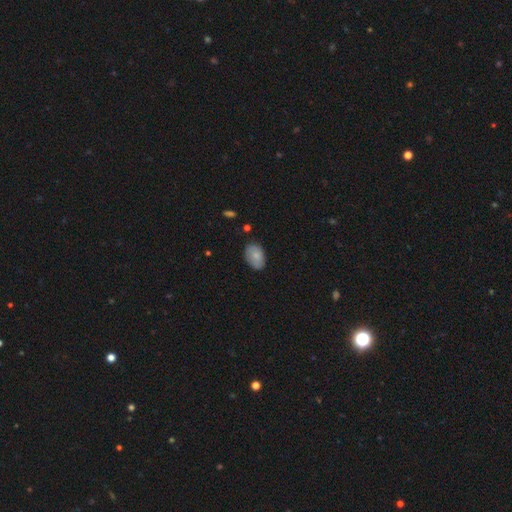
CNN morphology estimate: A smooth galaxy with no disk features (79%) that is in between round and cigar-shaped (87%).

Vote fractions:
- Smooth or featured? smooth: 79% / featured or disk: 14% / star or artifact: 7%
- How rounded? in between: 87% / round: 12% / cigar-shaped: 1%
- Merging? none: 77% / minor disturbance: 18% / major disturbance: 3% / merger: 2%